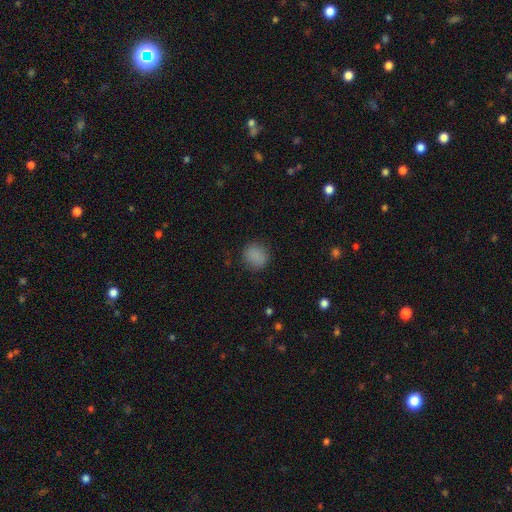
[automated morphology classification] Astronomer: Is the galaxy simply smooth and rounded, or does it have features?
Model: smooth — 86%.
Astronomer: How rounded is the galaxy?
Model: round — 84%.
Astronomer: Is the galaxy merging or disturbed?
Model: none — 86%.